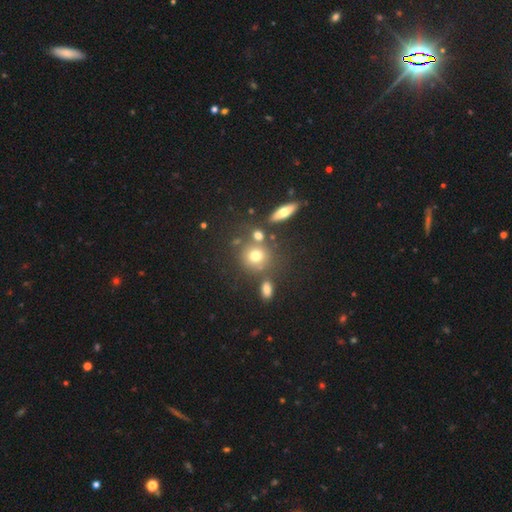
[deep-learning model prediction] smooth_or_featured: smooth (p=0.70) [alt: featured or disk p=0.16]
how_rounded: round (p=0.81) [alt: in between p=0.17]
merging: none (p=0.65) [alt: merger p=0.18]